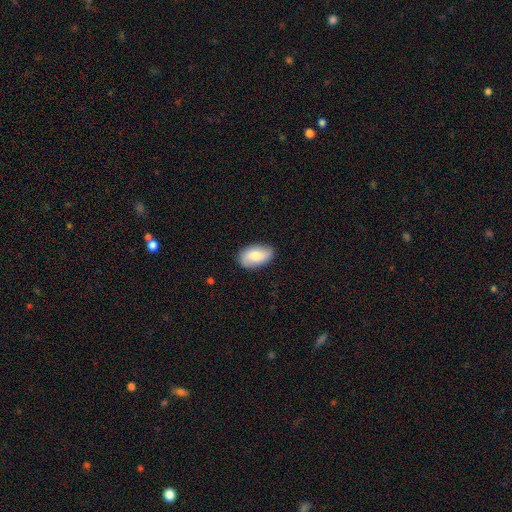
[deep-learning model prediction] Morphology: type=smooth (71%); roundness=in between (93%); merging=none (83%).